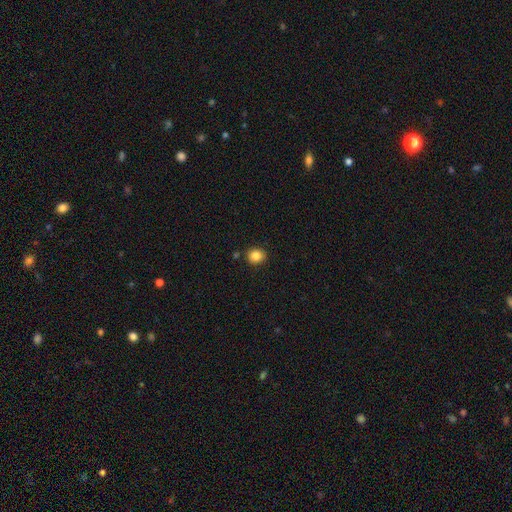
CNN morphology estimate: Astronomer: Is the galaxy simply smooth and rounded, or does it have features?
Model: smooth — 85%.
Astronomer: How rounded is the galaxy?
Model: round — 73%.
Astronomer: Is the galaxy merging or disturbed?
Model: none — 86%.